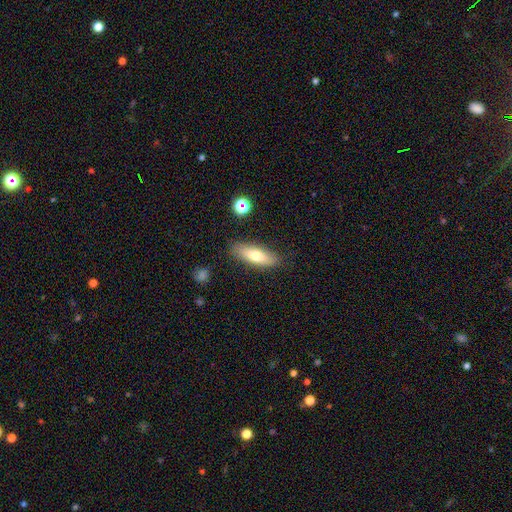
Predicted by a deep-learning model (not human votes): Smooth or featured?
  - smooth: 69% *
  - featured or disk: 23%
  - star or artifact: 7%
How rounded?
  - in between: 50% *
  - cigar-shaped: 48%
  - round: 2%
Merging?
  - none: 84% *
  - minor disturbance: 11%
  - major disturbance: 3%
  - merger: 2%